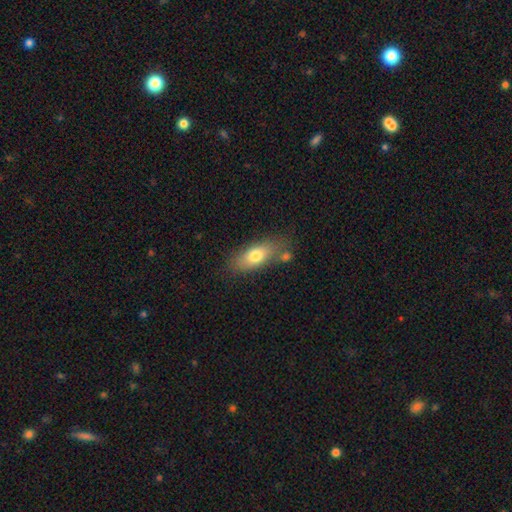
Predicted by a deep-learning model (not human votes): This is likely a smooth galaxy (73%). How rounded: likely in between (77%). Merging: likely none (64%).